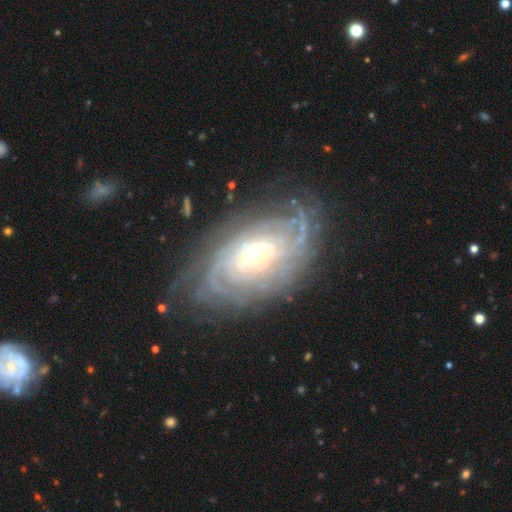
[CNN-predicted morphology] This appears to be a featured or disk galaxy (88%) with no bar (66%), tight (79%) spiral arms (97%) and a small central bulge (55%). Merging: none (76%).